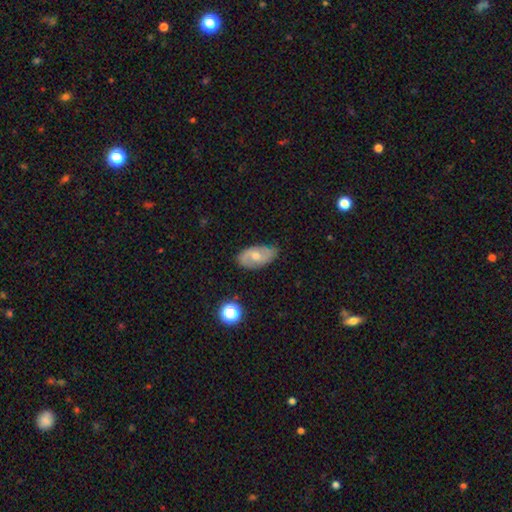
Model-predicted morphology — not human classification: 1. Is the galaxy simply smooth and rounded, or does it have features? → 51% featured or disk, 40% smooth, 8% star or artifact.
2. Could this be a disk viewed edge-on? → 94% no, 6% yes.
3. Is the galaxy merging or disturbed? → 69% none, 24% minor disturbance, 5% major disturbance, 2% merger.